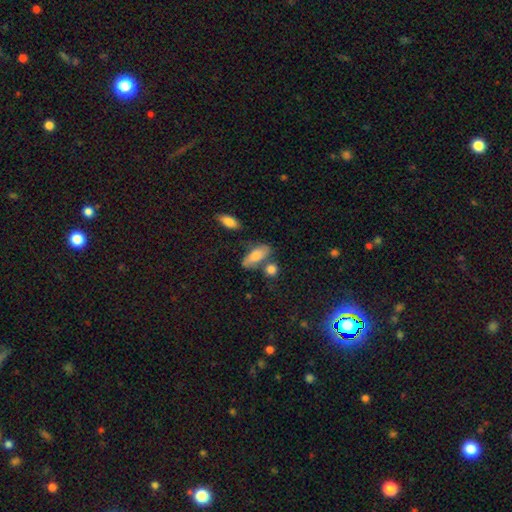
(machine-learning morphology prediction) smooth-or-featured: smooth: 75% | featured or disk: 18% | star or artifact: 7%
  how-rounded: in between: 81% | cigar-shaped: 15% | round: 4%
  merging: none: 59% | minor disturbance: 20% | merger: 15% | major disturbance: 6%